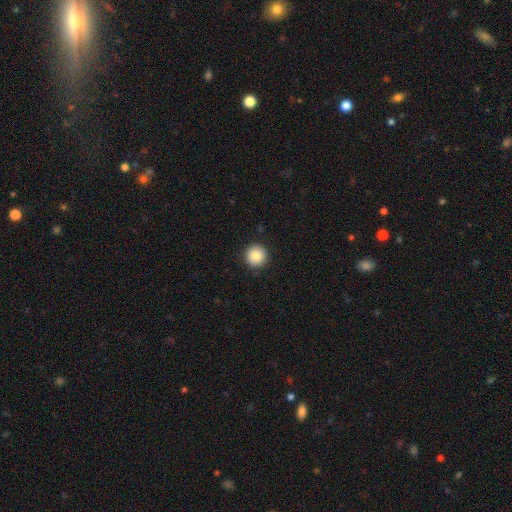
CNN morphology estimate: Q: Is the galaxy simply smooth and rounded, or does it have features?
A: smooth — 86%.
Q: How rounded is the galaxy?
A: round — 96%.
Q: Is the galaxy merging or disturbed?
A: none — 93%.